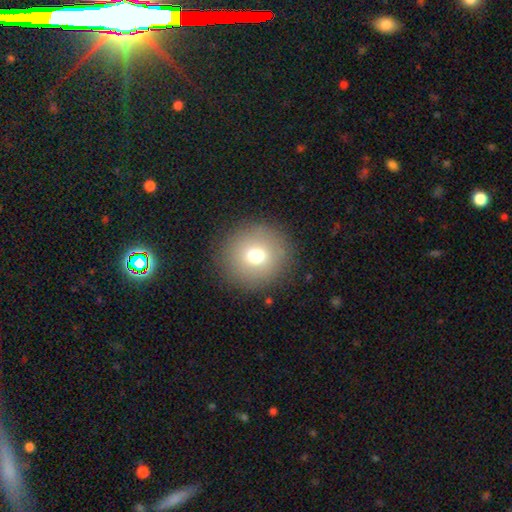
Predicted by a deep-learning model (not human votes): Smooth or featured?
  - smooth: 71% *
  - featured or disk: 15%
  - star or artifact: 14%
How rounded?
  - round: 93% *
  - in between: 6%
  - cigar-shaped: 1%
Merging?
  - none: 90% *
  - minor disturbance: 6%
  - major disturbance: 3%
  - merger: 1%